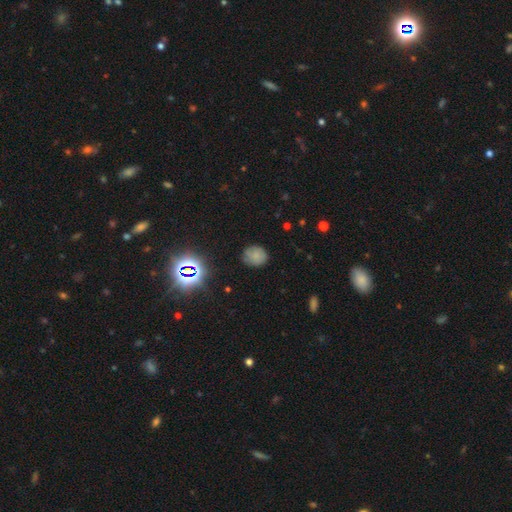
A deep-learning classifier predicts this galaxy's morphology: Smooth or featured? Predicted: smooth (p=0.72). How rounded? Predicted: round (p=0.70). Merging? Predicted: none (p=0.76).